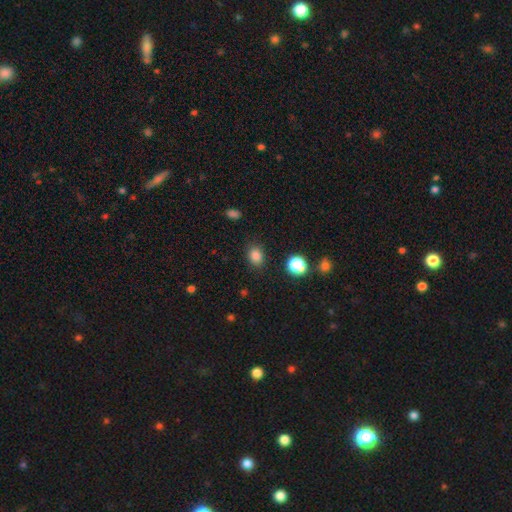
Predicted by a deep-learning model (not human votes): Morphology: type=smooth (83%); roundness=in between (50%); merging=none (84%).